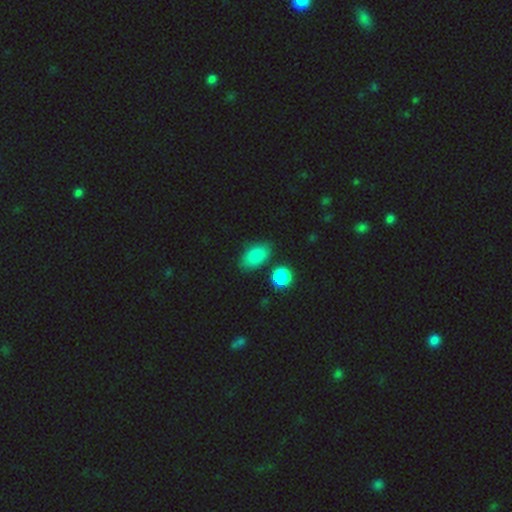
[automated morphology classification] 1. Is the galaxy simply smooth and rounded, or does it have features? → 86% smooth, 8% star or artifact, 7% featured or disk.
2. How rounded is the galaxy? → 90% in between, 8% round, 3% cigar-shaped.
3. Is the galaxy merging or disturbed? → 73% none, 16% minor disturbance, 7% merger, 4% major disturbance.